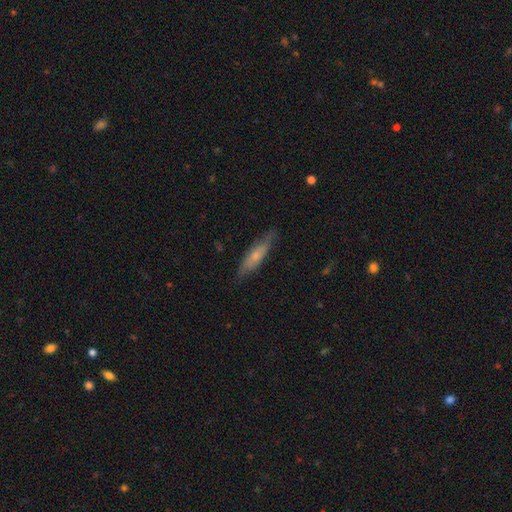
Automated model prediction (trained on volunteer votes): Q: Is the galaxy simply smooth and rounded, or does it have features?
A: smooth — 58%.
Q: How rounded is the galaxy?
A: cigar-shaped — 75%.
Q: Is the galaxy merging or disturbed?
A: none — 78%.